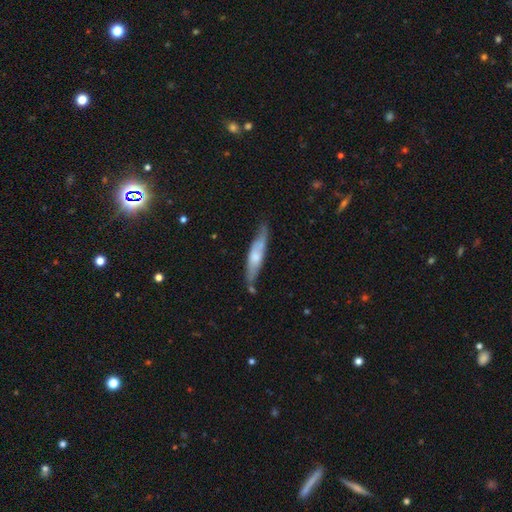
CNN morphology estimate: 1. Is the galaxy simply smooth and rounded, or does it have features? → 51% smooth, 43% featured or disk, 5% star or artifact.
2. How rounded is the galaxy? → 82% cigar-shaped, 16% in between, 2% round.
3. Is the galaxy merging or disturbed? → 70% none, 20% minor disturbance, 6% merger, 4% major disturbance.